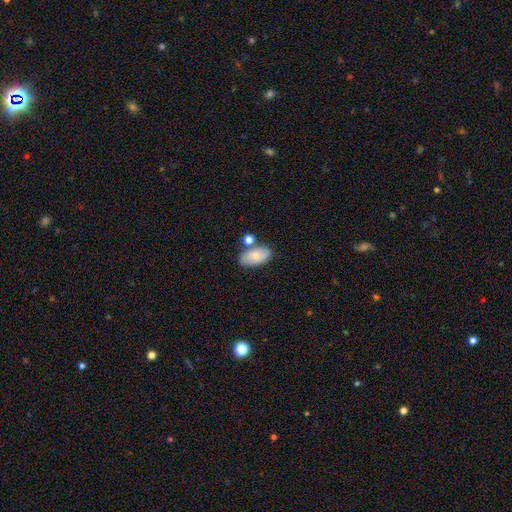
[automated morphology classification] This appears to be a smooth galaxy with no disk features (72%) that is in between round and cigar-shaped (92%). Merging: none (62%).